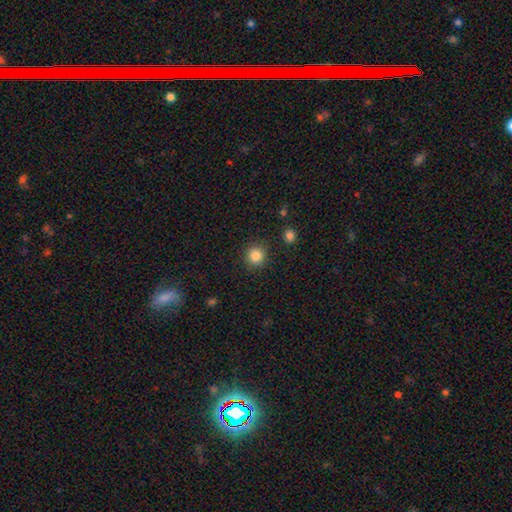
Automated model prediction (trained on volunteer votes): This appears to be a smooth galaxy with no disk features (85%) that is round (94%). Merging: none (91%).